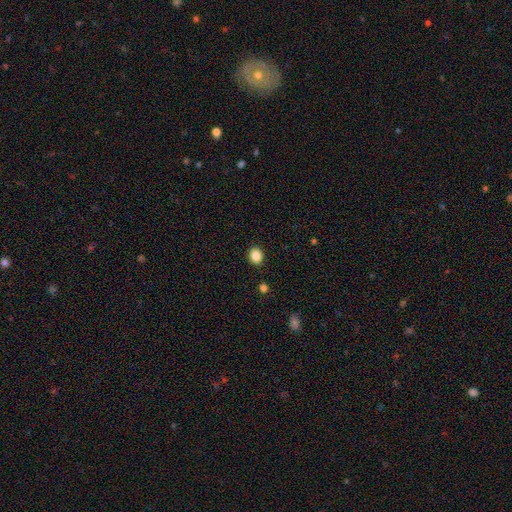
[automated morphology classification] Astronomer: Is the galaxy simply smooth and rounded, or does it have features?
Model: smooth — 87%.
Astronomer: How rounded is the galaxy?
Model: round — 50% (runner-up: in between, 49%).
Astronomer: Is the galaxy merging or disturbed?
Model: none — 90%.